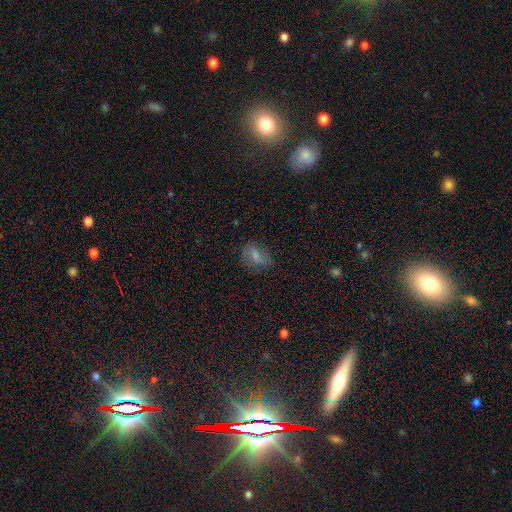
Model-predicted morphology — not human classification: Smooth or featured? smooth (67%)
How rounded? in between (74%)
Merging? none (62%)